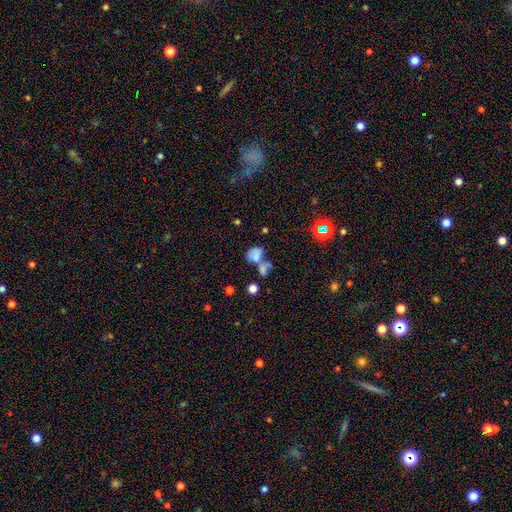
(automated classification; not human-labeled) Smooth or featured? Predicted: smooth (p=0.69). How rounded? Predicted: in between (p=0.58). Merging? Predicted: merger (p=0.52).